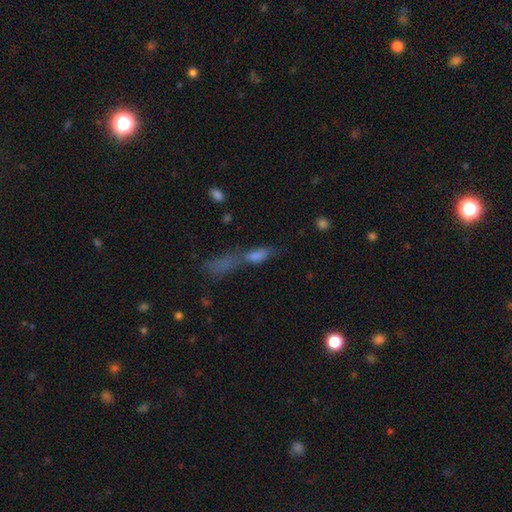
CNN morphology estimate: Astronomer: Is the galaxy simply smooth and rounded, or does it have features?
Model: smooth — 61%.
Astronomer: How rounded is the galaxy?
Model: cigar-shaped — 50% (runner-up: in between, 44%).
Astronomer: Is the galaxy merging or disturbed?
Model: merger — 54%.